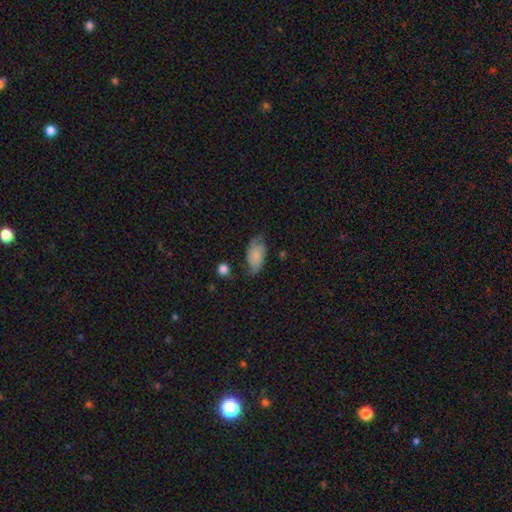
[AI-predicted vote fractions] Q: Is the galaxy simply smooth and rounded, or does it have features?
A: smooth — 61%.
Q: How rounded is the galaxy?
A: in between — 92%.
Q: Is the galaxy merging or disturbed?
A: none — 54%.